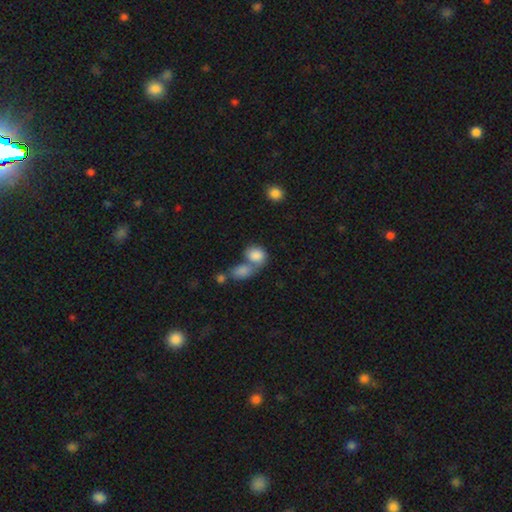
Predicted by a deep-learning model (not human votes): smooth 83%, featured or disk 9%, star or artifact 8%. Down the decision tree: how rounded — in between (59%); merging — merger (61%).